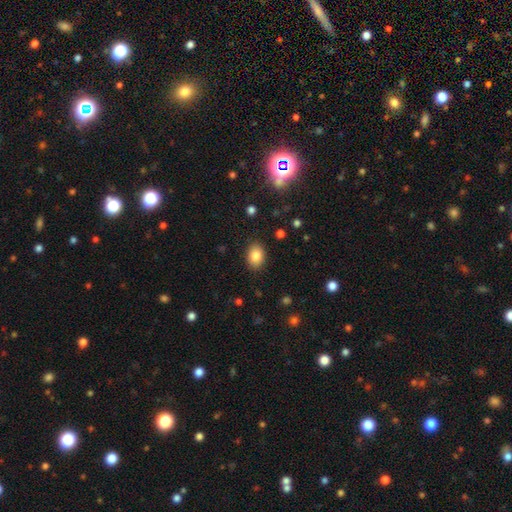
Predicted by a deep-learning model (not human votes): Smooth or featured? Predicted: smooth (p=0.85). How rounded? Predicted: in between (p=0.74). Merging? Predicted: none (p=0.87).